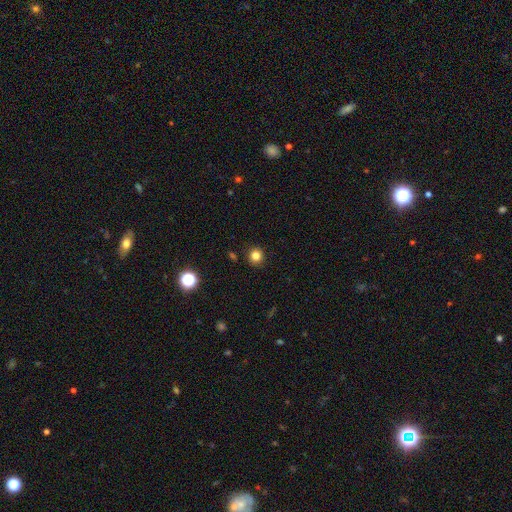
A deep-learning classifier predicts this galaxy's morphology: Overall: smooth (82%). How rounded: round (91%). Merging: none (91%).